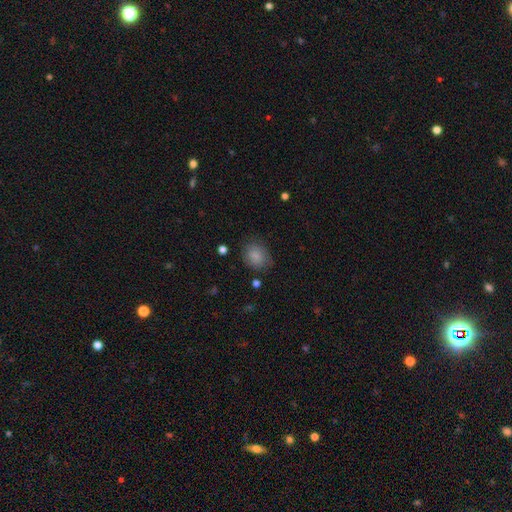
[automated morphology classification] smooth 85%, star or artifact 9%, featured or disk 6%. Down the decision tree: how rounded — round (50%); merging — none (76%).